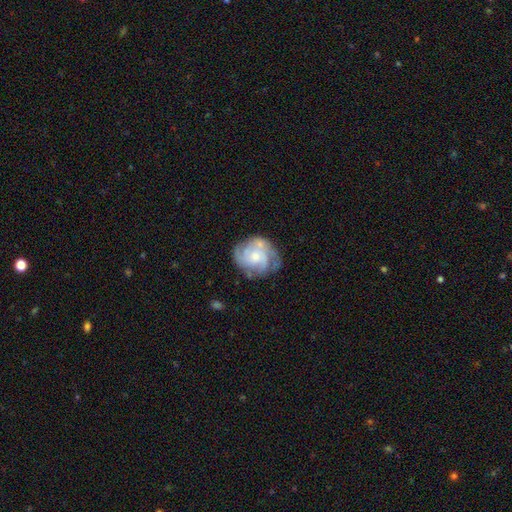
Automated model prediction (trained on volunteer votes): A featured or disk galaxy (77%) with no bar (74%), 3 (33%) tight (52%) spiral arms (92%) and a small central bulge (46%). Merging: none (65%).